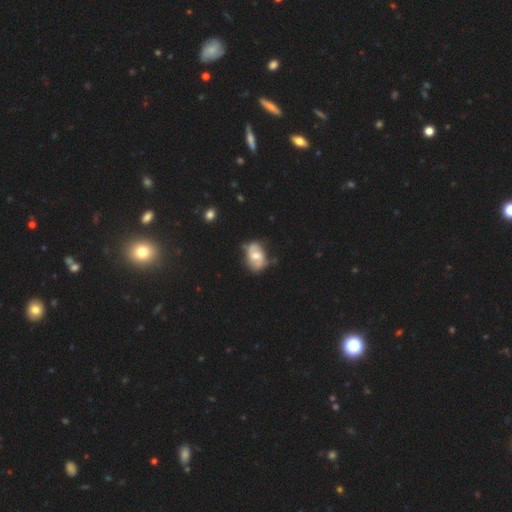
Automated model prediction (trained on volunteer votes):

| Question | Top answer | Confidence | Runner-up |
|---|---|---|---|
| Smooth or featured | featured or disk | 61% | smooth (33%) |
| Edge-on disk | no | 96% | yes (4%) |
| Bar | no | 47% | weak (41%) |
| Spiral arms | yes | 74% | no (26%) |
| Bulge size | moderate | 60% | small (27%) |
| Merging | none | 54% | minor disturbance (30%) |